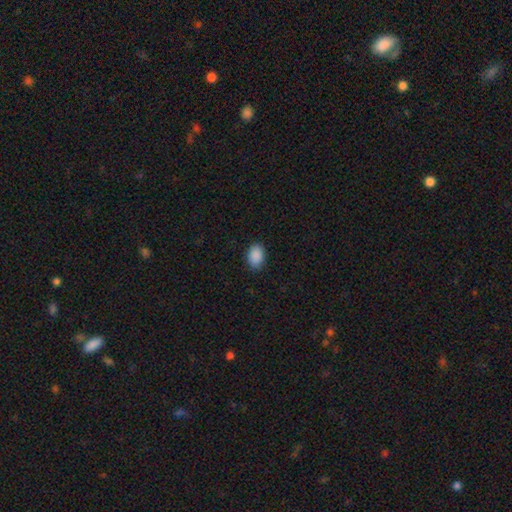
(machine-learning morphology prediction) This is clearly a smooth galaxy (90%). How rounded: clearly in between (86%). Merging: clearly none (88%).